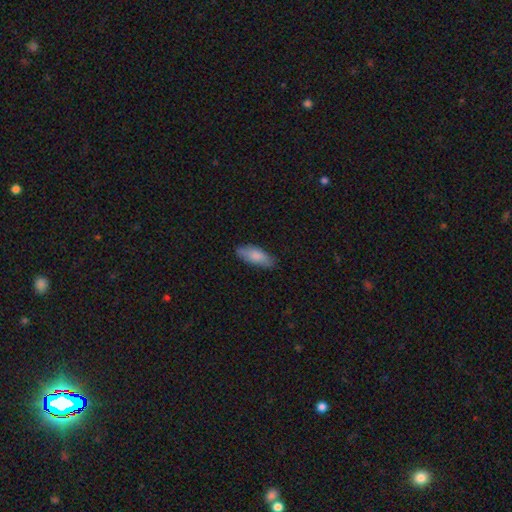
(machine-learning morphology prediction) Overall: smooth (83%). How rounded: in between (76%). Merging: none (82%).